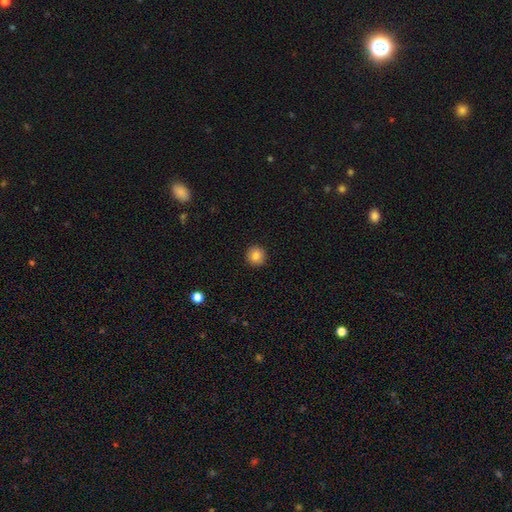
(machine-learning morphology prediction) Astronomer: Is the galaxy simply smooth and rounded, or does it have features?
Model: smooth — 84%.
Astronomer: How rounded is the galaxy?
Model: round — 94%.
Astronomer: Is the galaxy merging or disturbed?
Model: none — 93%.